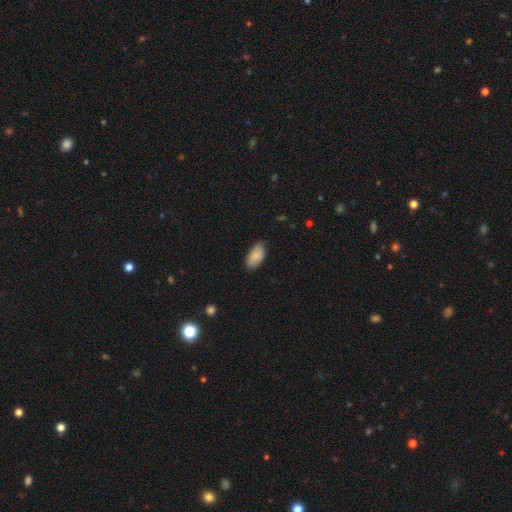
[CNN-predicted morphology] Q: Smooth or featured?
A: smooth (86%); runner-up: featured or disk (7%)
Q: How rounded?
A: in between (94%); runner-up: cigar-shaped (3%)
Q: Merging?
A: none (75%); runner-up: minor disturbance (21%)